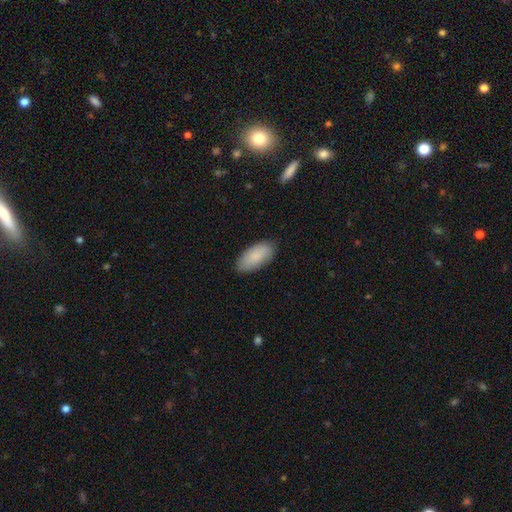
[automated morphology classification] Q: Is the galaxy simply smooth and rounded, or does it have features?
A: smooth — 87%.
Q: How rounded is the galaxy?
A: in between — 93%.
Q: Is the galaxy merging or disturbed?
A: none — 85%.